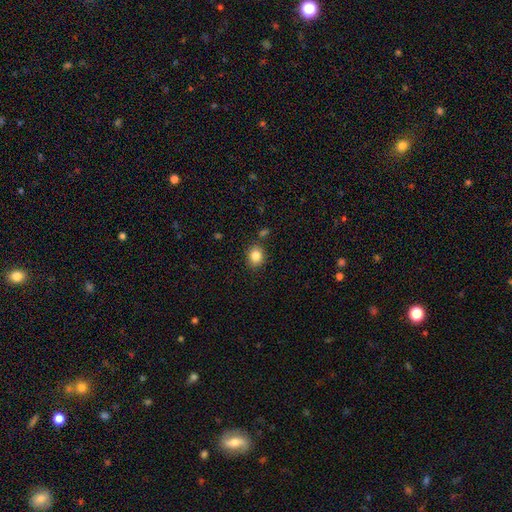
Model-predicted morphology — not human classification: The model was most divided on "how rounded": round: 70%, in between: 29%, cigar-shaped: 1%. More confident: smooth or featured — smooth (84%); merging — none (82%).